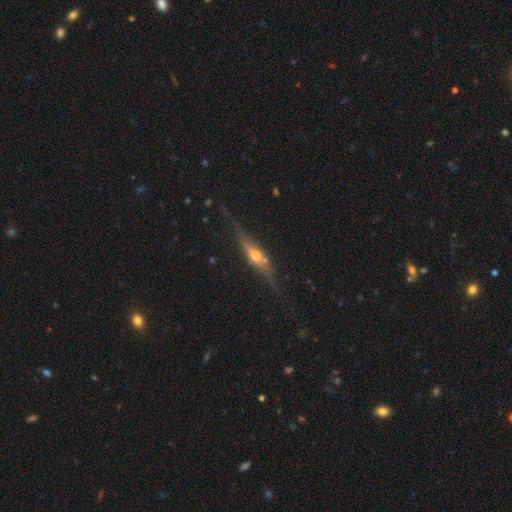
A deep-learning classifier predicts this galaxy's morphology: Overall: featured or disk (76%). Edge-on disk: yes (92%). Edge-on bulge: rounded (90%). Merging: none (74%).